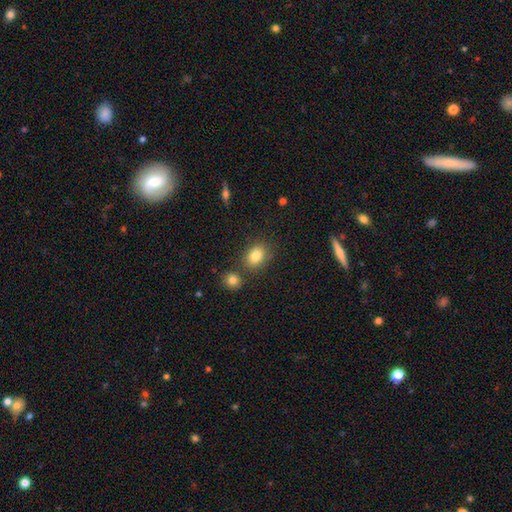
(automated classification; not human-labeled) Smooth or featured? smooth (82%)
How rounded? in between (68%)
Merging? none (74%)